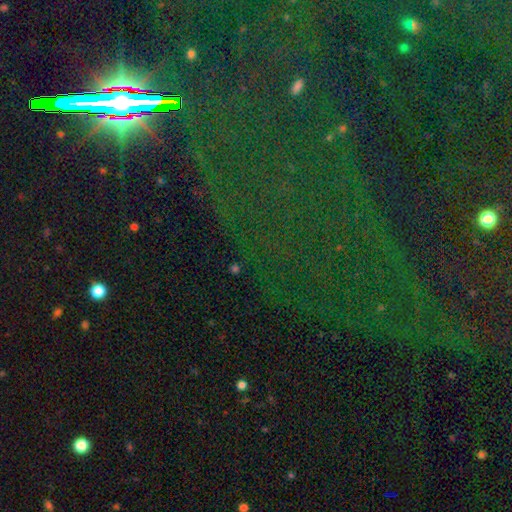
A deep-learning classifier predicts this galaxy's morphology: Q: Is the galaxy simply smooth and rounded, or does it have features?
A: star or artifact — 85%.